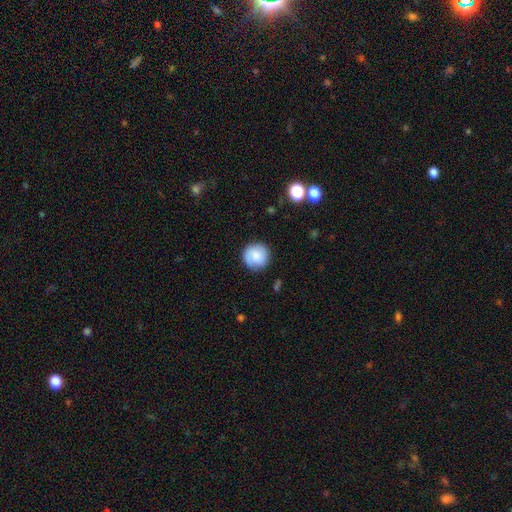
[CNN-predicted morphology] A smooth galaxy with no disk features (70%) that is round (94%). Merging: none (85%).